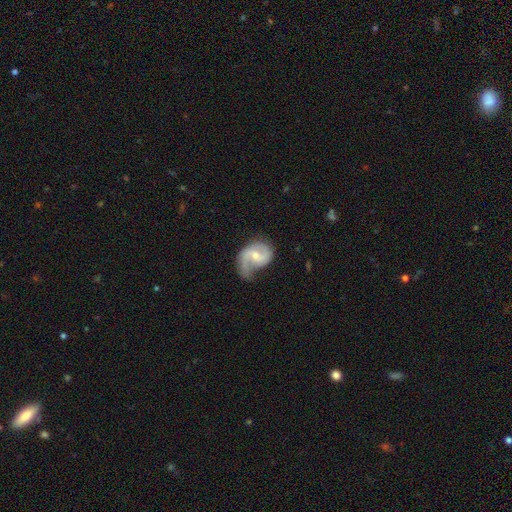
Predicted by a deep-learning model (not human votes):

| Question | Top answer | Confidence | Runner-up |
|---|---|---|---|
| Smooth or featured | featured or disk | 83% | smooth (13%) |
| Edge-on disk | no | 98% | yes (2%) |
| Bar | weak | 53% | no (33%) |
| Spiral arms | yes | 95% | no (5%) |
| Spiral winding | medium | 46% | loose (40%) |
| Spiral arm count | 2 | 73% | 1 (19%) |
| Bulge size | small | 48% | moderate (46%) |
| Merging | none | 43% | minor disturbance (31%) |